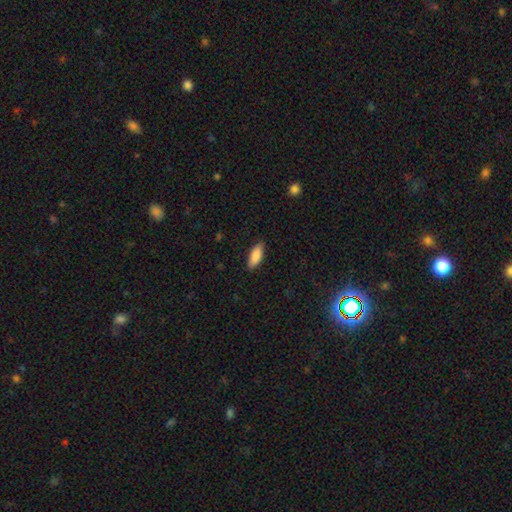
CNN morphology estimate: A smooth galaxy with no disk features (87%) that is in between round and cigar-shaped (74%). Merging: none (86%).